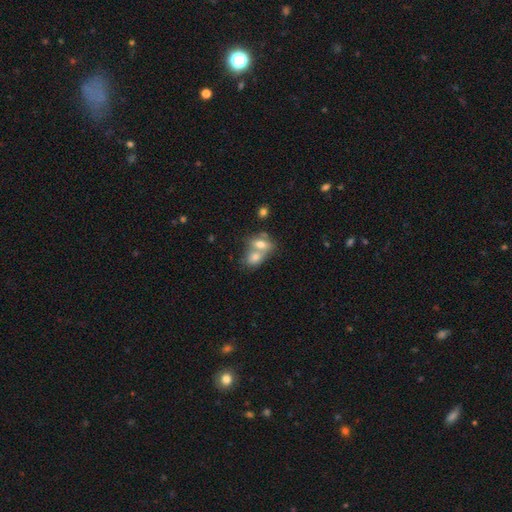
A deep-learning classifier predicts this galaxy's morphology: Smooth or featured? smooth (62%)
How rounded? in between (64%)
Merging? merger (69%)